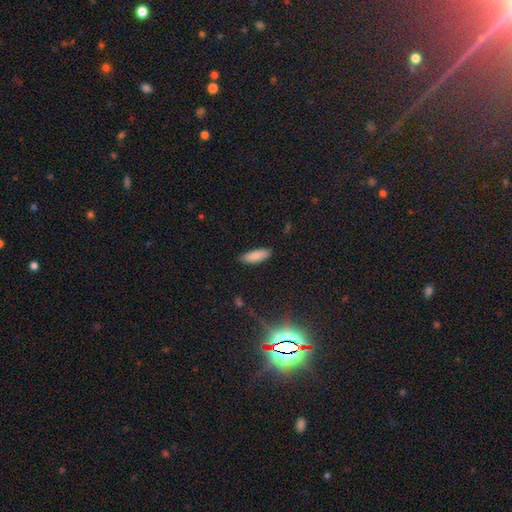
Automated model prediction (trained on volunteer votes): This appears to be a smooth galaxy with no disk features (86%) that is in between round and cigar-shaped (63%). Merging: none (86%).